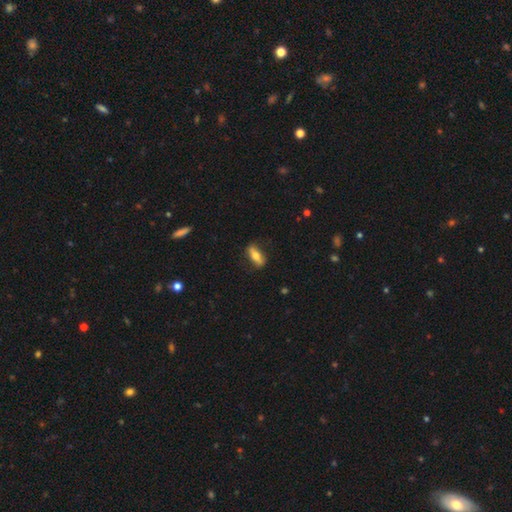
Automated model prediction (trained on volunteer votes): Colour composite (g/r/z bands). It shows a smooth galaxy with no disk features (63%) that is in between round and cigar-shaped (62%). Merging: none (80%).